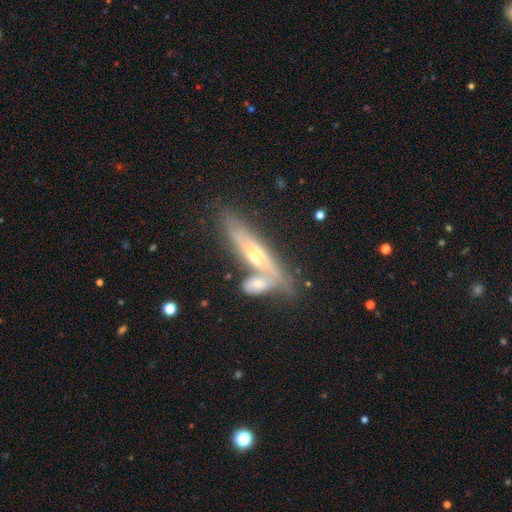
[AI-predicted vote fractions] Smooth or featured? Predicted: featured or disk (p=0.65). Edge-on disk? Predicted: yes (p=0.66). Merging? Predicted: none (p=0.42).